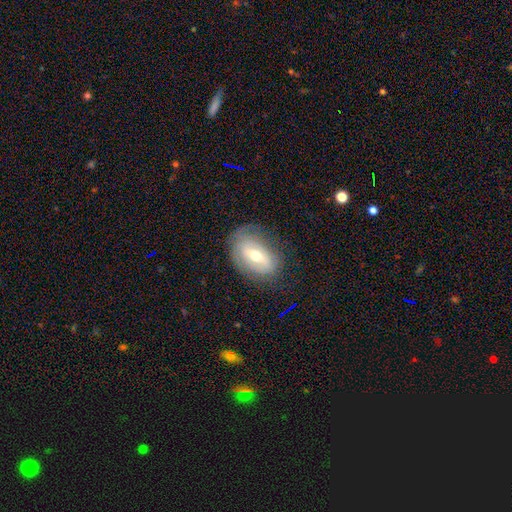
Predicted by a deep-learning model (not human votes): Morphology: type=featured or disk (57%); edge-on=no (89%); bar=weak (42%); spiral arms=yes (53%); bulge=moderate (69%); merging=none (67%).